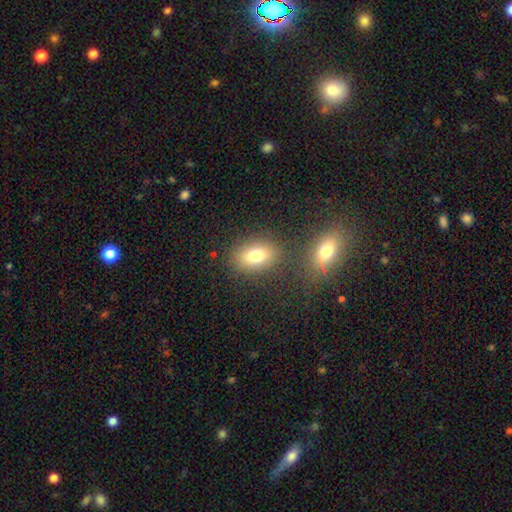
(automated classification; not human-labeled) This appears to be a smooth galaxy with no disk features (78%) that is in between round and cigar-shaped (76%). Merging: none (78%).